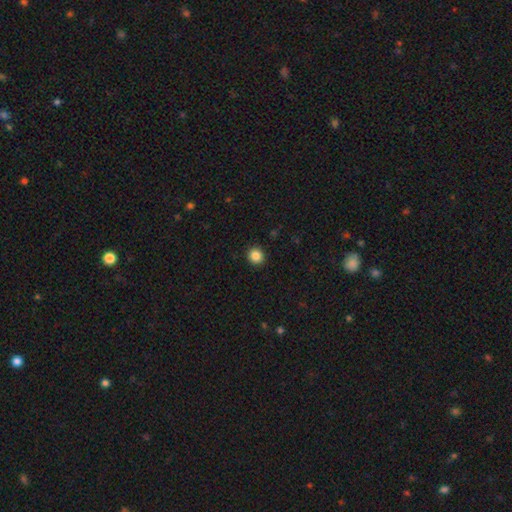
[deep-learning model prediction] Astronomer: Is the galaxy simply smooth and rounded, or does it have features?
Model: smooth — 86%.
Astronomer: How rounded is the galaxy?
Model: round — 89%.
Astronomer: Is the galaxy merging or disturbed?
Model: none — 92%.